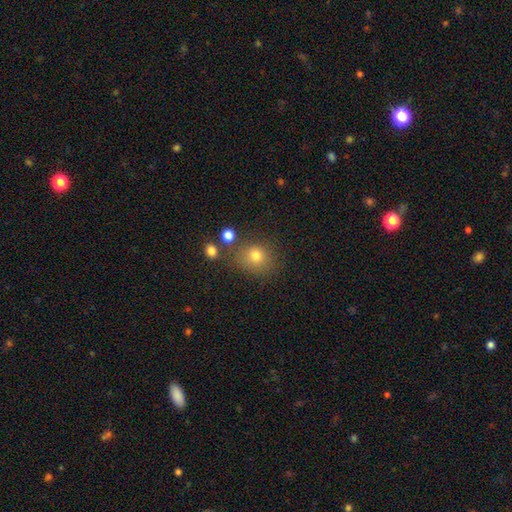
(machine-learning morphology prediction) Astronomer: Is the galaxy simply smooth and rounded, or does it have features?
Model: smooth — 75%.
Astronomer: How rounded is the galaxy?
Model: round — 75%.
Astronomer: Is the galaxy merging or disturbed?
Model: none — 70%.